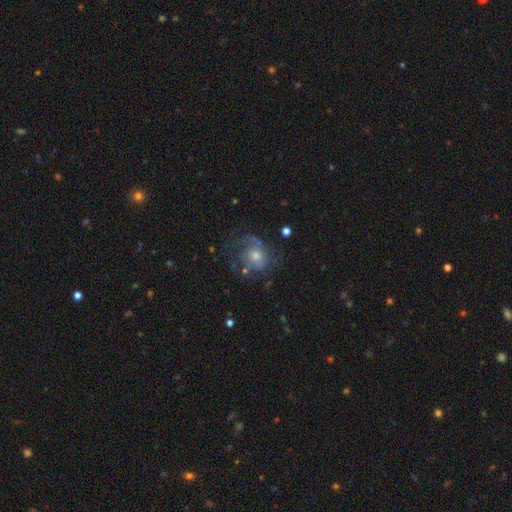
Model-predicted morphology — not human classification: This appears to be a featured or disk galaxy (63%) with no bar (77%), spiral arms (79%) and a moderate central bulge (54%). Merging: none (54%).